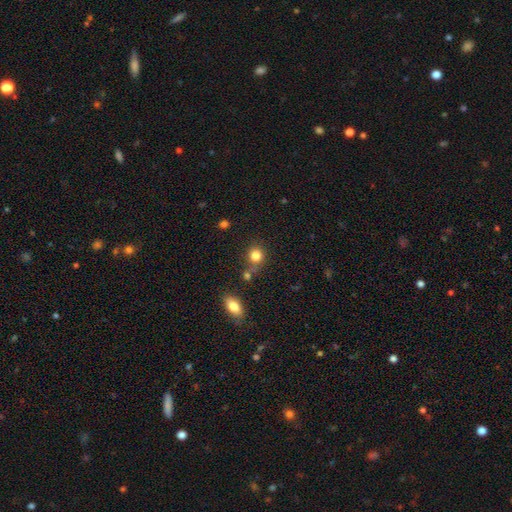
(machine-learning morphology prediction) smooth 82%, star or artifact 12%, featured or disk 7%. Down the decision tree: how rounded — round (81%); merging — none (66%).